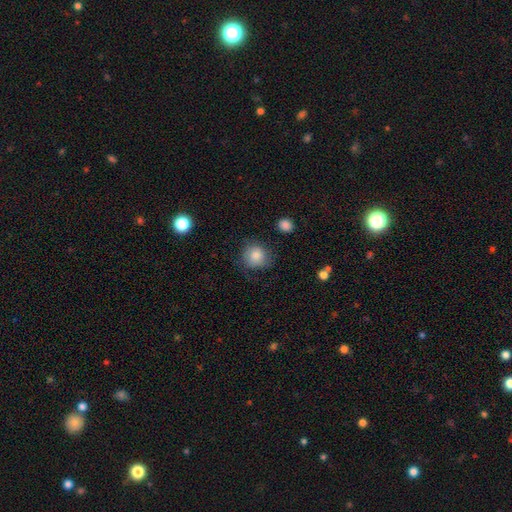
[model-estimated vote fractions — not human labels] Smooth or featured? Predicted: smooth (p=0.81). How rounded? Predicted: round (p=0.85). Merging? Predicted: none (p=0.68).